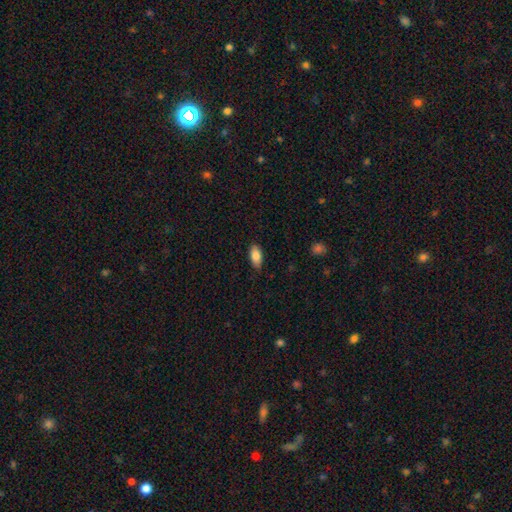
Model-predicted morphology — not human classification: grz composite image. It shows a smooth galaxy with no disk features (86%) that is in between round and cigar-shaped (90%). Merging: none (81%).